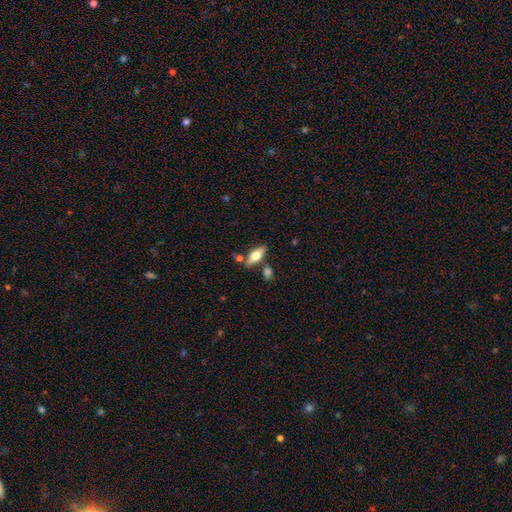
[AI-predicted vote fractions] Overall: smooth (56%; featured or disk 37%). How rounded: in between (71%). Merging: none (75%).